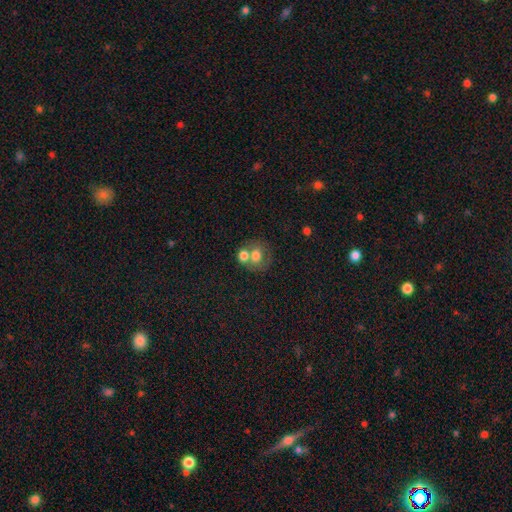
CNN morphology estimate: smooth-or-featured: smooth: 64% | featured or disk: 26% | star or artifact: 10%
  how-rounded: round: 68% | in between: 31% | cigar-shaped: 1%
  merging: merger: 48% | none: 35% | minor disturbance: 10% | major disturbance: 6%